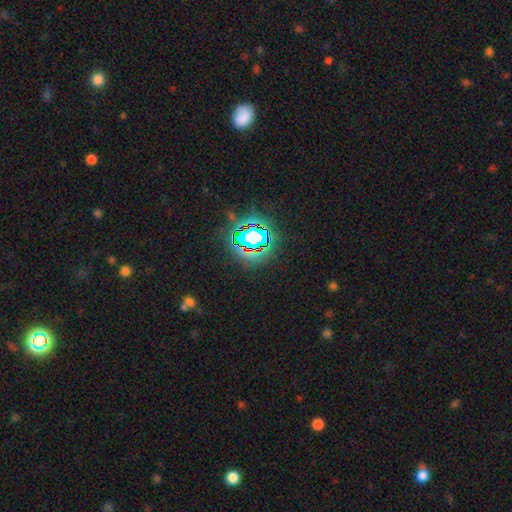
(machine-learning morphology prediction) This appears to be a star or artifact, not a galaxy (82%).